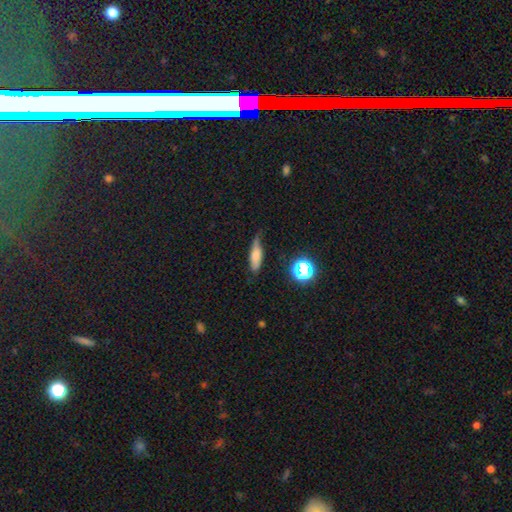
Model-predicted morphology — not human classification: type=smooth (66%); roundness=cigar-shaped (49%); merging=none (51%).